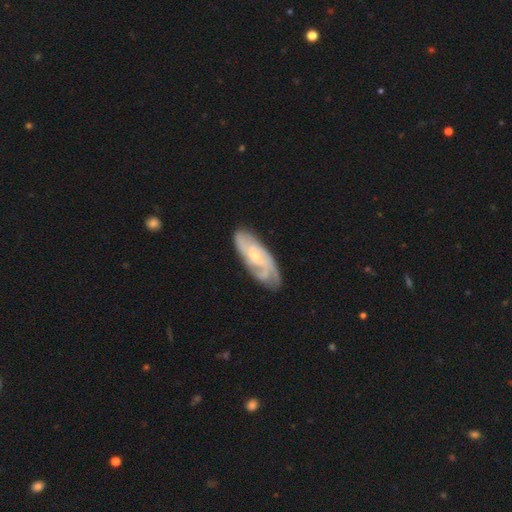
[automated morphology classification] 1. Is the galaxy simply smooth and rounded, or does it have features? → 77% featured or disk, 18% smooth, 5% star or artifact.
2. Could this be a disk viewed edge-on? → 90% no, 10% yes.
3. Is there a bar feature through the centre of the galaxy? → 62% no, 31% weak, 7% strong.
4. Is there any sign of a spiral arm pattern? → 93% yes, 7% no.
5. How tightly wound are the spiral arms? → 51% tight, 38% medium, 11% loose.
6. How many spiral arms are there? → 31% can't tell, 26% 3, 24% 2, 11% 4, 4% 1, 4% more than 4.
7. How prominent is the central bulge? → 66% small, 29% moderate, 3% none, 1% large, 1% dominant.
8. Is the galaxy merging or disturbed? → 71% none, 21% minor disturbance, 6% major disturbance, 2% merger.